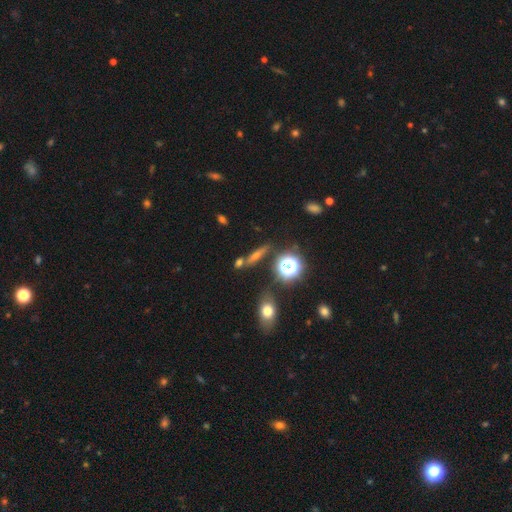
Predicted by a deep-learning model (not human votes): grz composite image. It shows a featured or disk galaxy (40%). Merging: none (76%).